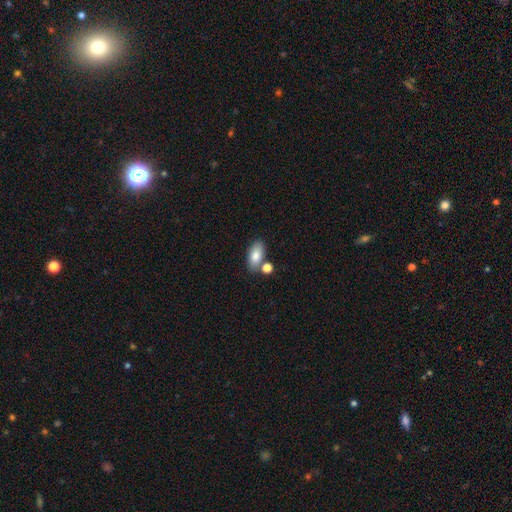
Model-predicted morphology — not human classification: The model was most divided on "merging": none: 67%, merger: 17%, minor disturbance: 12%, major disturbance: 3%. More confident: how rounded — in between (91%); smooth or featured — smooth (82%).